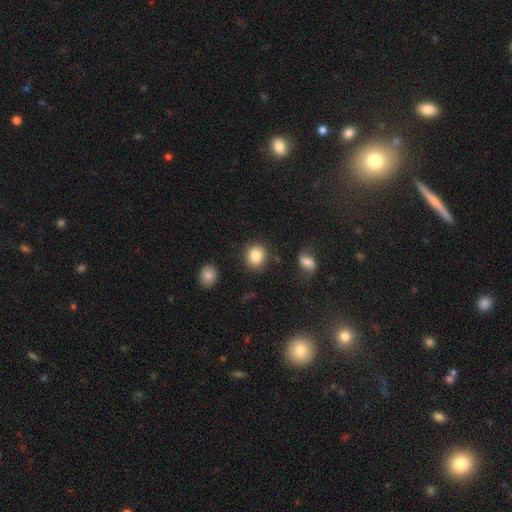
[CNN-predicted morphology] Smooth or featured?
  - smooth: 85% *
  - star or artifact: 9%
  - featured or disk: 6%
How rounded?
  - round: 83% *
  - in between: 16%
  - cigar-shaped: 1%
Merging?
  - none: 84% *
  - minor disturbance: 9%
  - merger: 3%
  - major disturbance: 3%